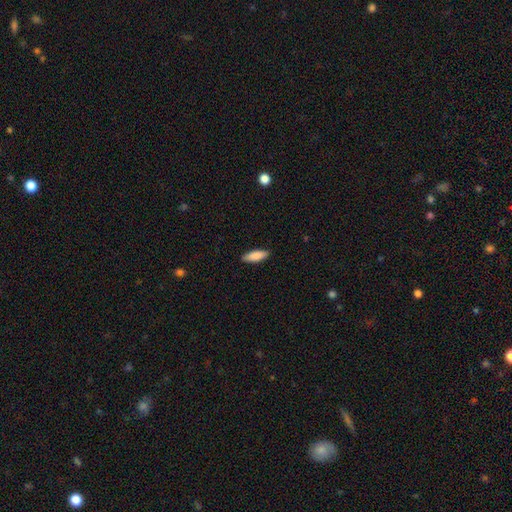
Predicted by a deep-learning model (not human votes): The model was most divided on "how rounded": in between: 59%, cigar-shaped: 40%, round: 2%. More confident: merging — none (89%); smooth or featured — smooth (86%).